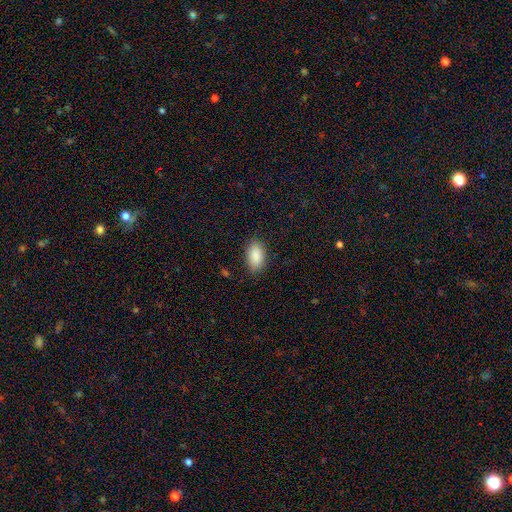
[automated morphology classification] A smooth galaxy with no disk features (90%) that is in between round and cigar-shaped (94%). Merging: none (86%).